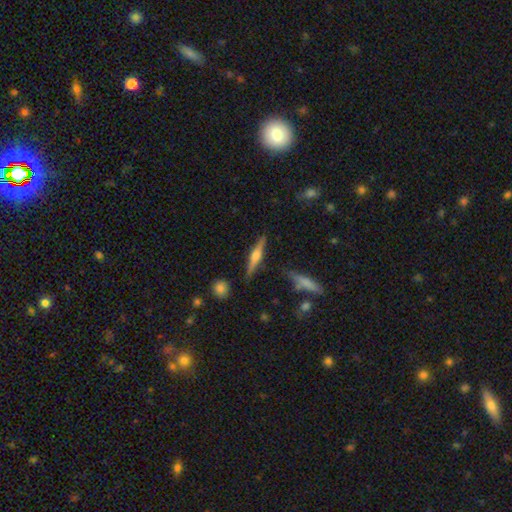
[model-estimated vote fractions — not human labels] featured or disk 65%, smooth 28%, star or artifact 6%. Down the decision tree: edge-on disk — yes (97%); edge-on bulge — rounded (88%); merging — none (85%).